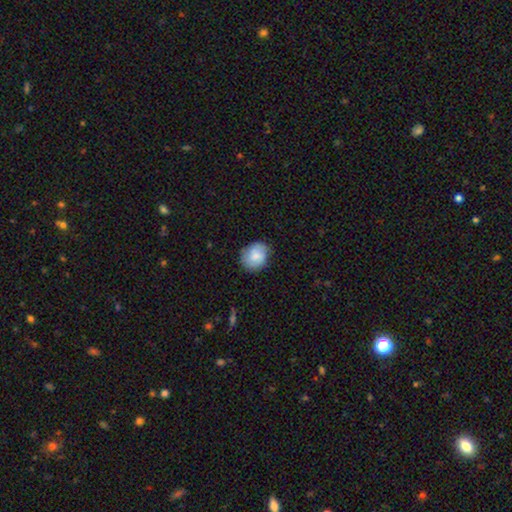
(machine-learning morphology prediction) Smooth or featured? smooth (80%)
How rounded? round (59%)
Merging? none (79%)